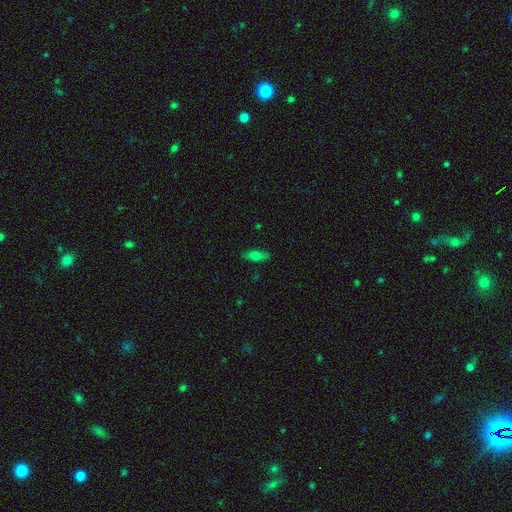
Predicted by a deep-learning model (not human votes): Smooth or featured?
  - smooth: 68% *
  - featured or disk: 24%
  - star or artifact: 9%
How rounded?
  - in between: 64% *
  - cigar-shaped: 32%
  - round: 4%
Merging?
  - none: 86% *
  - minor disturbance: 10%
  - major disturbance: 2%
  - merger: 1%